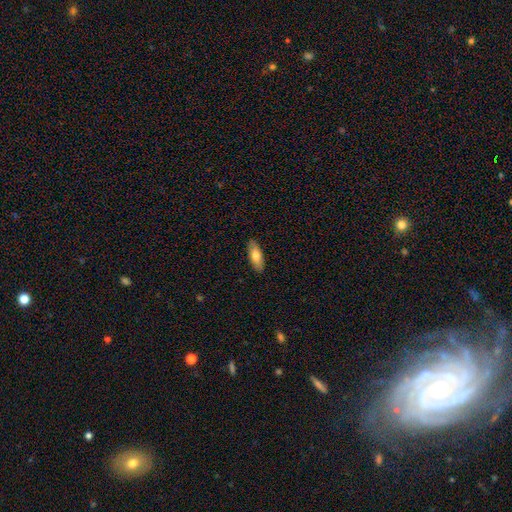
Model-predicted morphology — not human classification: type=smooth (75%); roundness=in between (70%); merging=none (88%).